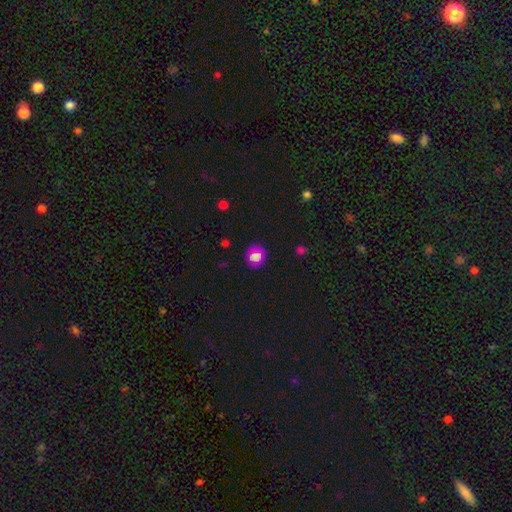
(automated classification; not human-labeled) This appears to be a smooth galaxy with no disk features (66%) that is round (85%). Merging: none (86%).